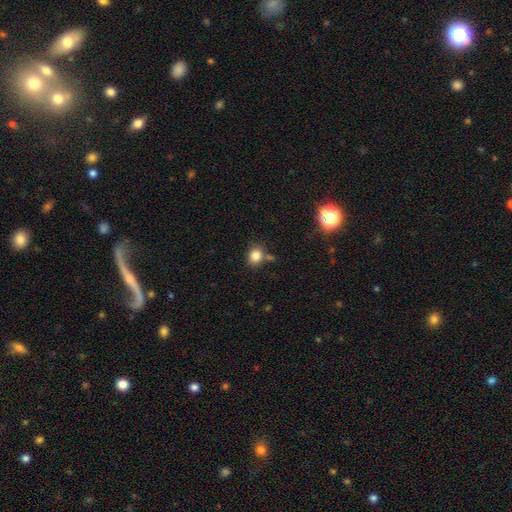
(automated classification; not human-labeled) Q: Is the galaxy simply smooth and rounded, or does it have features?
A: smooth — 82%.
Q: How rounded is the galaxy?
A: round — 72%.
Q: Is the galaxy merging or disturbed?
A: none — 71%.